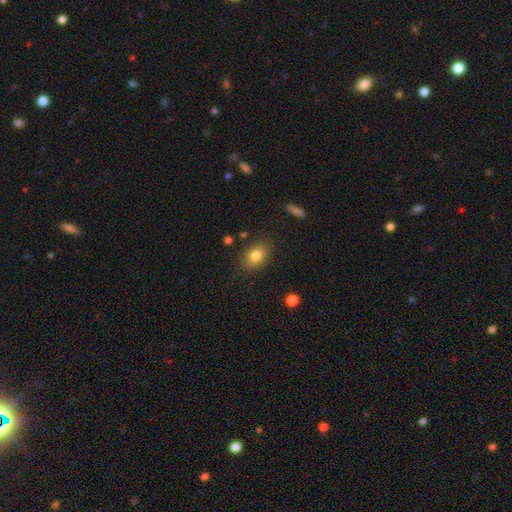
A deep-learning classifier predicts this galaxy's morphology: The model was most divided on "how rounded": in between: 77%, round: 21%, cigar-shaped: 2%. More confident: merging — none (84%); smooth or featured — smooth (81%).